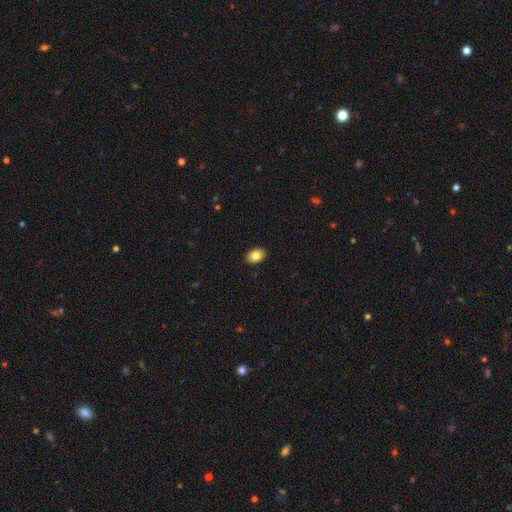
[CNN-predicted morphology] Overall: smooth (84%). How rounded: in between (78%). Merging: none (91%).